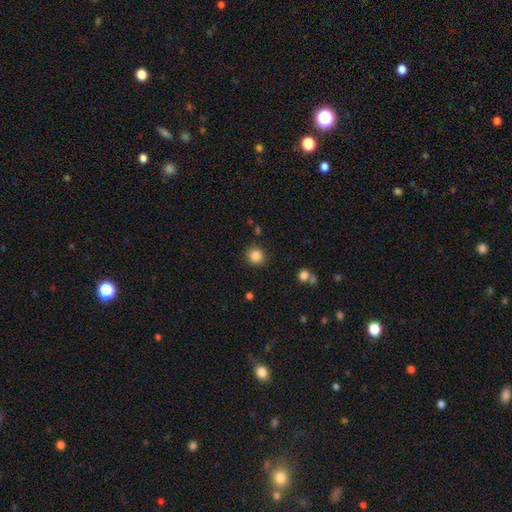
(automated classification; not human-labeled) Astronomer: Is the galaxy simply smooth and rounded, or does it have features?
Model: smooth — 85%.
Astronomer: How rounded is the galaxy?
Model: round — 88%.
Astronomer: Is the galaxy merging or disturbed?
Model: none — 88%.